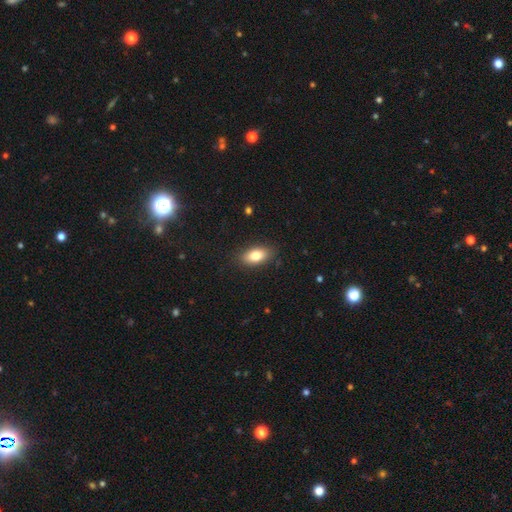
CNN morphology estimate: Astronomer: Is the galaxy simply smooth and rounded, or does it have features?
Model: smooth — 81%.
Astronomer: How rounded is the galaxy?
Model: in between — 89%.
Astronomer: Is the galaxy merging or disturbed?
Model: none — 86%.